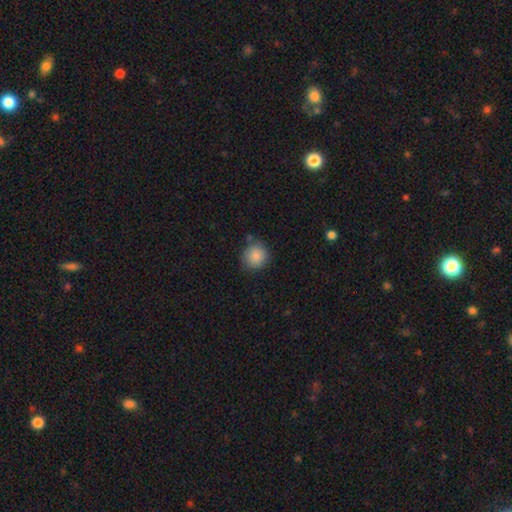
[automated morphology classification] type=smooth (88%); roundness=round (90%); merging=none (78%).